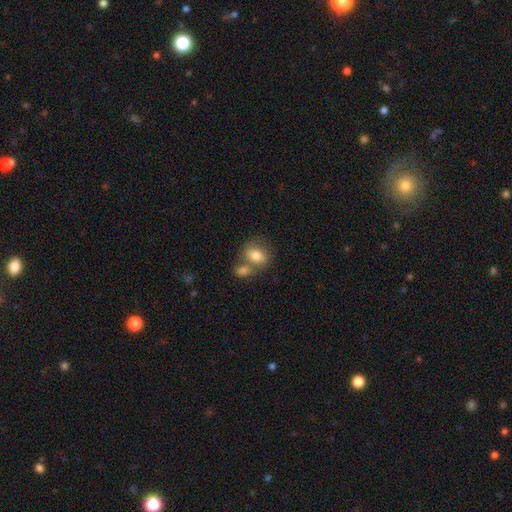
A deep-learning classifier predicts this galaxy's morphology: Overall: smooth (78%). How rounded: in between (60%; round 38%). Merging: none (42%; merger 41%).